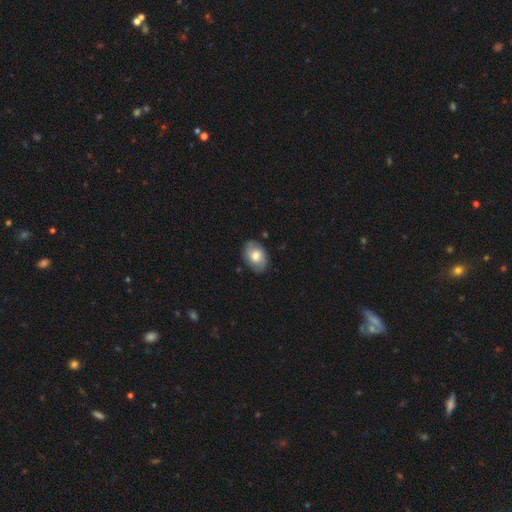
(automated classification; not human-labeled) Smooth or featured?
  - smooth: 66% *
  - featured or disk: 27%
  - star or artifact: 7%
How rounded?
  - in between: 83% *
  - round: 16%
  - cigar-shaped: 1%
Merging?
  - none: 82% *
  - minor disturbance: 13%
  - major disturbance: 3%
  - merger: 1%